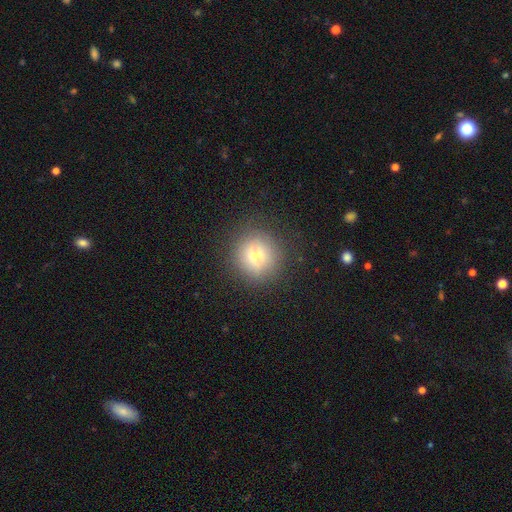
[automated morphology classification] This appears to be a smooth galaxy with no disk features (71%) that is round (91%). Merging: none (77%).